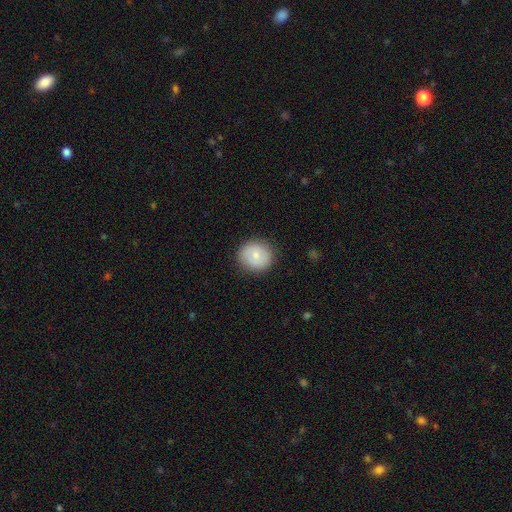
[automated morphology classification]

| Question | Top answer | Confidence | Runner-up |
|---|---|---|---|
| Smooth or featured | smooth | 76% | featured or disk (17%) |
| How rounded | round | 83% | in between (16%) |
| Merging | none | 87% | minor disturbance (10%) |